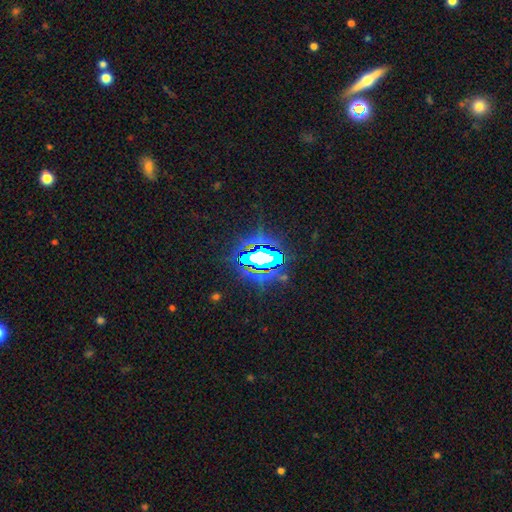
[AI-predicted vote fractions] Overall: star or artifact (68%).